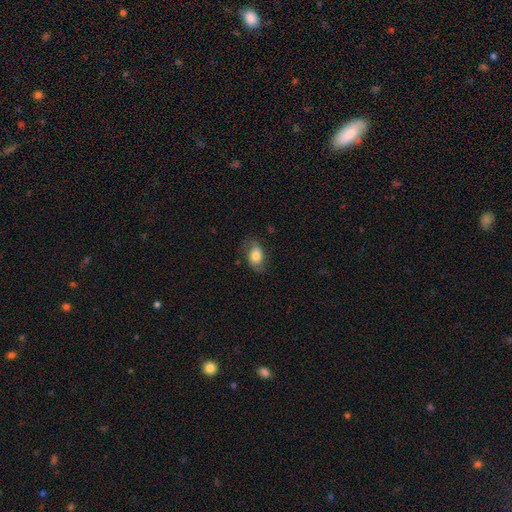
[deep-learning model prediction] A smooth galaxy with no disk features (68%) that is in between round and cigar-shaped (84%).

Vote fractions:
- Smooth or featured? smooth: 68% / featured or disk: 24% / star or artifact: 8%
- How rounded? in between: 84% / round: 14% / cigar-shaped: 2%
- Merging? none: 68% / minor disturbance: 21% / major disturbance: 9% / merger: 1%